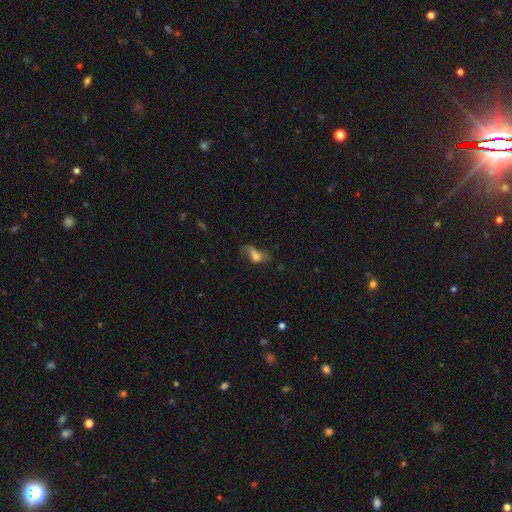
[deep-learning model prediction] Smooth or featured? Predicted: smooth (p=0.58). How rounded? Predicted: in between (p=0.80). Merging? Predicted: major disturbance (p=0.42).